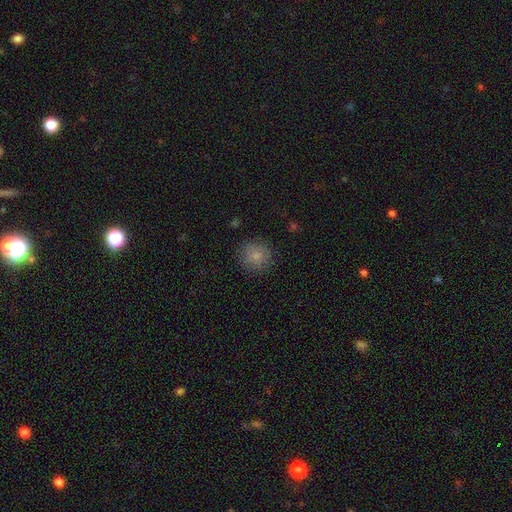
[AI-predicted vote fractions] A smooth galaxy with no disk features (82%) that is round (92%). Merging: none (85%).